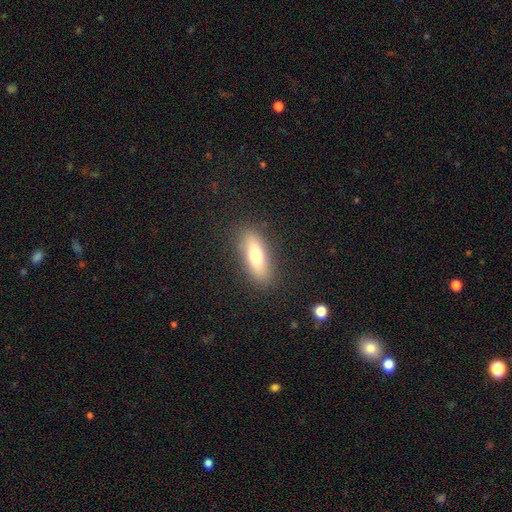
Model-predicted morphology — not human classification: Smooth or featured: smooth — 67% (featured or disk — 25%)
How rounded: in between — 58% (cigar-shaped — 39%)
Merging: none — 86% (minor disturbance — 9%)